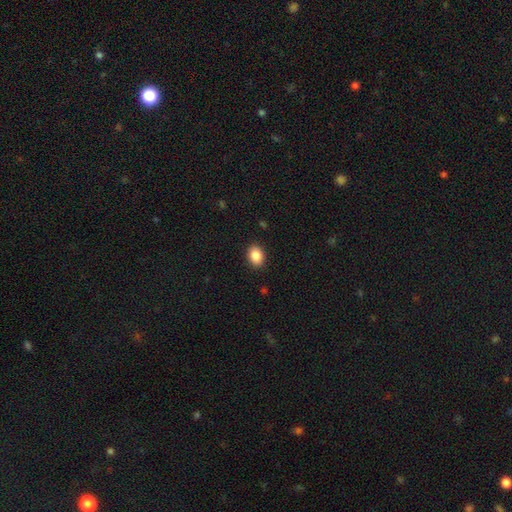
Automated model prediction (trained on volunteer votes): smooth-or-featured: smooth: 88% | star or artifact: 8% | featured or disk: 4%
  how-rounded: in between: 69% | round: 30% | cigar-shaped: 1%
  merging: none: 90% | minor disturbance: 7% | major disturbance: 2% | merger: 1%